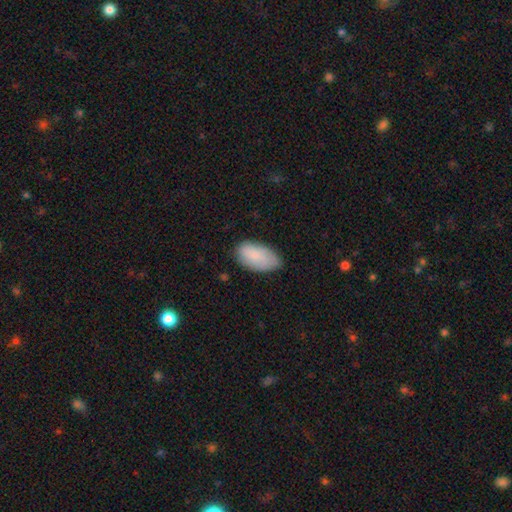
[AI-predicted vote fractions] Smooth or featured? smooth (84%)
How rounded? in between (95%)
Merging? none (70%)